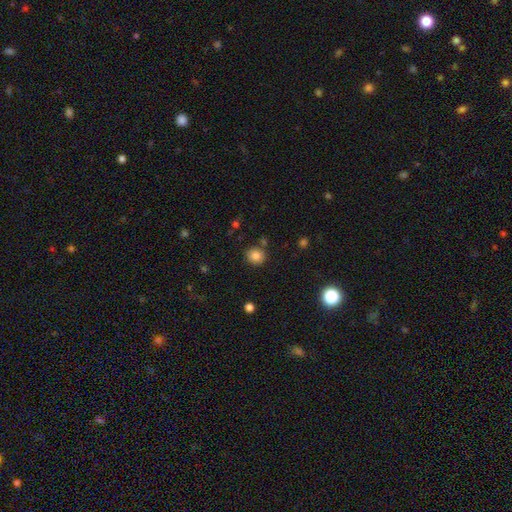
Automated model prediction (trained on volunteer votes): smooth_or_featured: smooth (p=0.83) [alt: star or artifact p=0.11]
how_rounded: round (p=0.81) [alt: in between p=0.18]
merging: none (p=0.82) [alt: minor disturbance p=0.09]